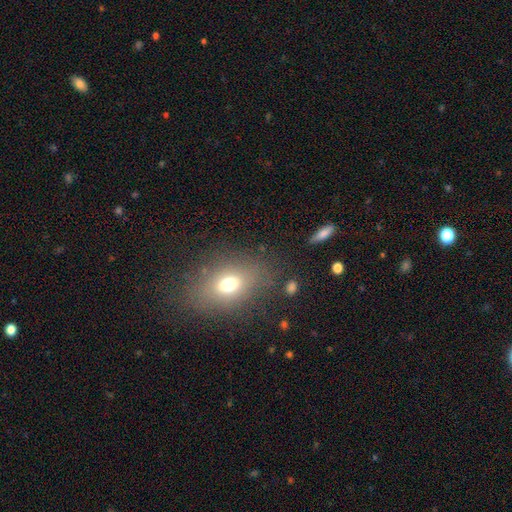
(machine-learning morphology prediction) smooth 65%, star or artifact 21%, featured or disk 14%. Down the decision tree: how rounded — in between (74%); merging — none (85%).